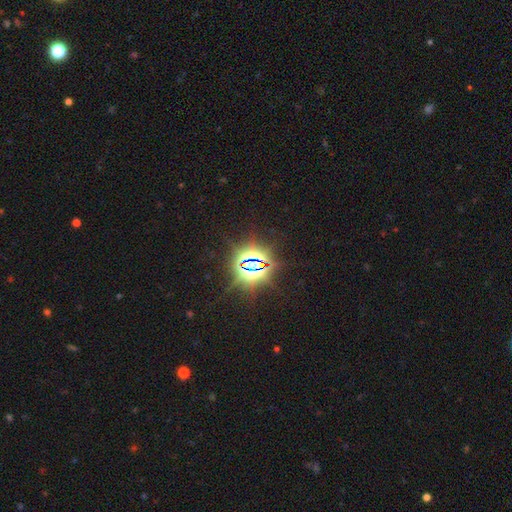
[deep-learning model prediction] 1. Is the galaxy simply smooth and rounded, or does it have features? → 85% star or artifact, 7% smooth, 7% featured or disk.